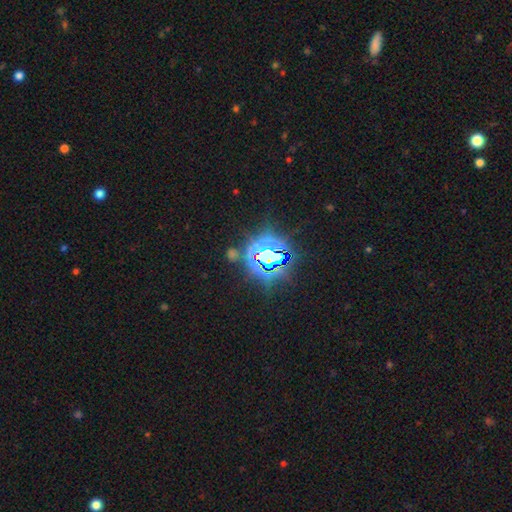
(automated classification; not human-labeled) Q: Smooth or featured?
A: star or artifact (84%); runner-up: smooth (10%)